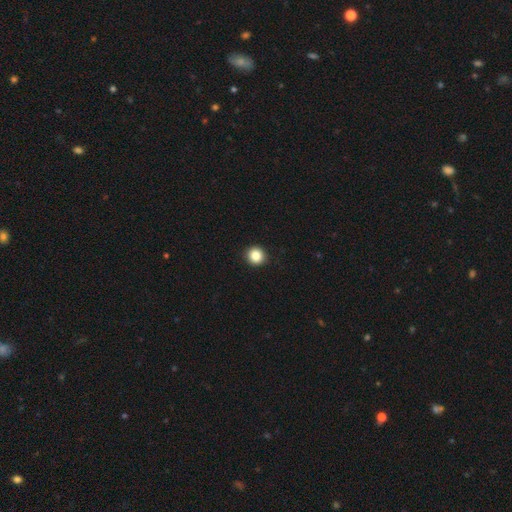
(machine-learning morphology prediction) A smooth galaxy with no disk features (86%) that is round (94%).

Vote fractions:
- Smooth or featured? smooth: 86% / star or artifact: 10% / featured or disk: 4%
- How rounded? round: 94% / in between: 5% / cigar-shaped: 1%
- Merging? none: 93% / minor disturbance: 5% / major disturbance: 1% / merger: 1%